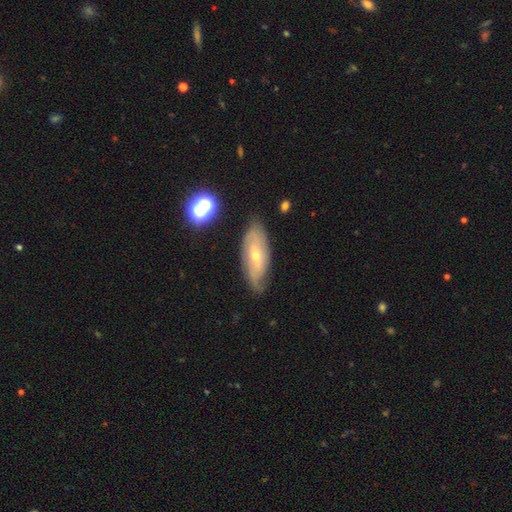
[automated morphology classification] Smooth or featured?
  - featured or disk: 67% *
  - smooth: 25%
  - star or artifact: 8%
Edge-on disk?
  - no: 82% *
  - yes: 18%
Bar?
  - no: 61% *
  - weak: 29%
  - strong: 10%
Spiral arms?
  - yes: 78% *
  - no: 22%
Bulge size?
  - small: 66% *
  - moderate: 31%
  - large: 1%
  - none: 1%
  - dominant: 1%
Merging?
  - none: 75% *
  - minor disturbance: 19%
  - major disturbance: 4%
  - merger: 2%